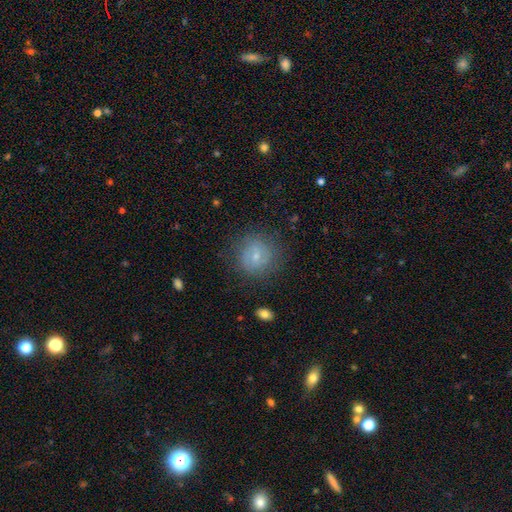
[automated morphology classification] A smooth galaxy with no disk features (58%) that is round (87%). Merging: none (77%).